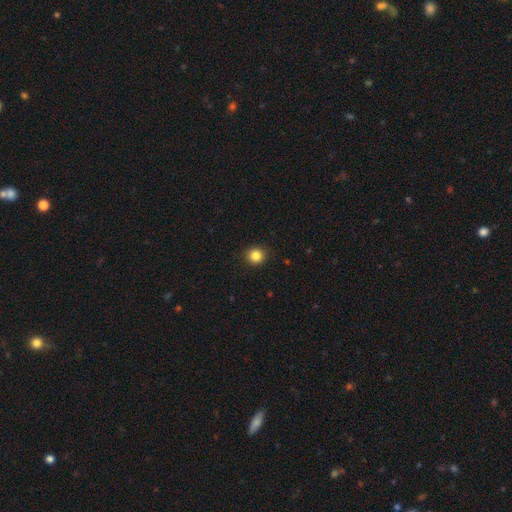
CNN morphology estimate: smooth_or_featured: smooth (p=0.85) [alt: star or artifact p=0.11]
how_rounded: round (p=0.90) [alt: in between p=0.09]
merging: none (p=0.91) [alt: minor disturbance p=0.06]